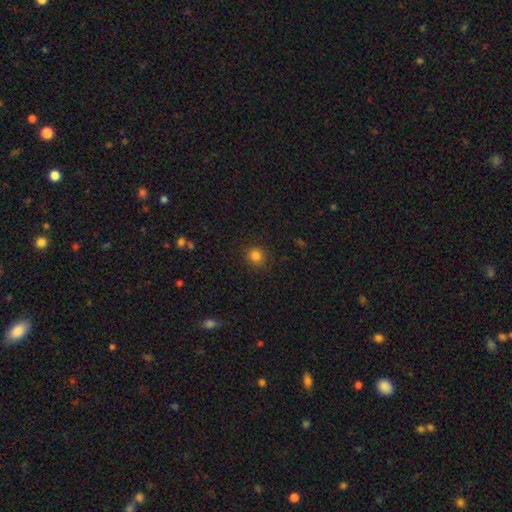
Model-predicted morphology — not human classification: The model was most divided on "smooth or featured": smooth: 83%, star or artifact: 13%, featured or disk: 4%. More confident: how rounded — round (92%); merging — none (90%).